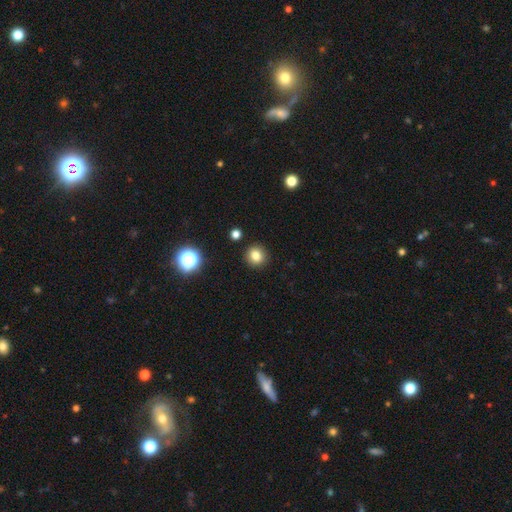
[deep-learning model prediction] A smooth galaxy with no disk features (81%) that is round (90%). Merging: none (91%).